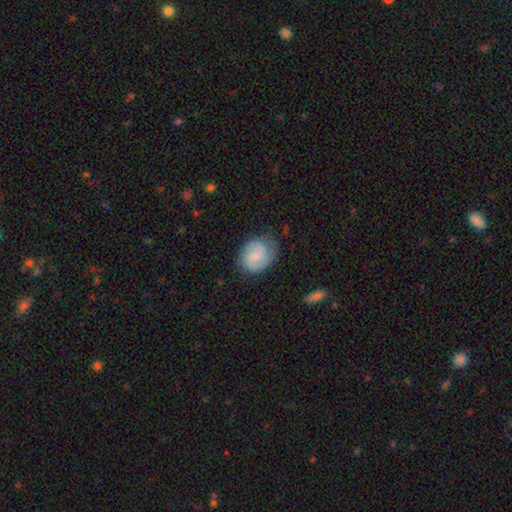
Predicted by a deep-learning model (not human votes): featured or disk 56%, smooth 37%, star or artifact 6%. Down the decision tree: edge-on disk — no (98%); bar — no (50%); spiral arms — yes (91%); spiral arm count — 2 (77%); spiral winding — medium (46%); bulge size — small (46%); merging — none (66%).